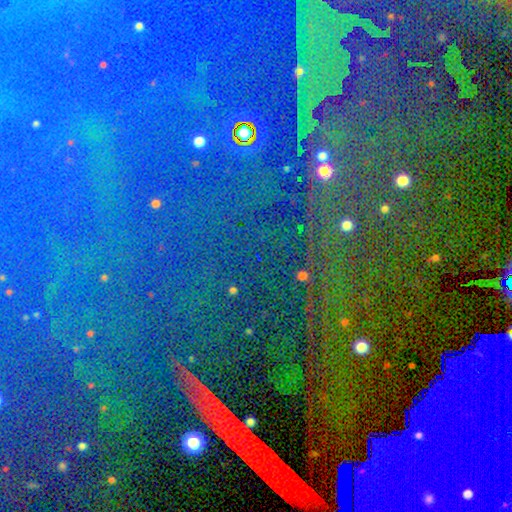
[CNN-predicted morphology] Smooth or featured? star or artifact (82%)